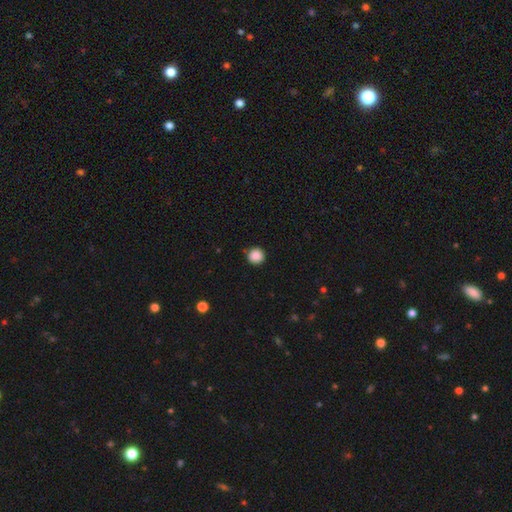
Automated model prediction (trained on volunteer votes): A smooth galaxy with no disk features (88%) that is round (95%).

Vote fractions:
- Smooth or featured? smooth: 88% / star or artifact: 10% / featured or disk: 2%
- How rounded? round: 95% / in between: 4% / cigar-shaped: 1%
- Merging? none: 89% / minor disturbance: 7% / major disturbance: 2% / merger: 2%